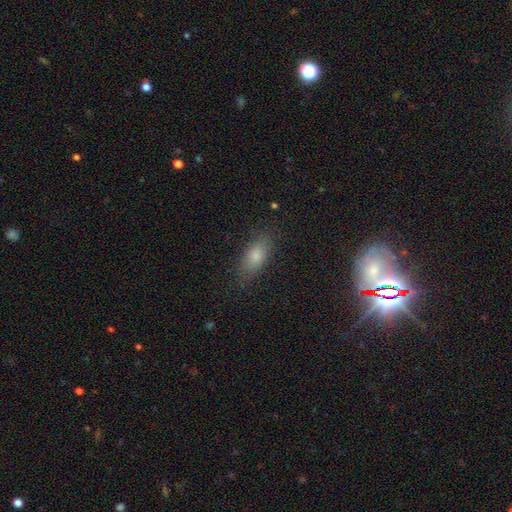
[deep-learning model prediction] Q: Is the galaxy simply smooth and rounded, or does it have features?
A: smooth — 71%.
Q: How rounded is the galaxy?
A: in between — 79%.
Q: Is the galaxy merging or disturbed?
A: none — 83%.